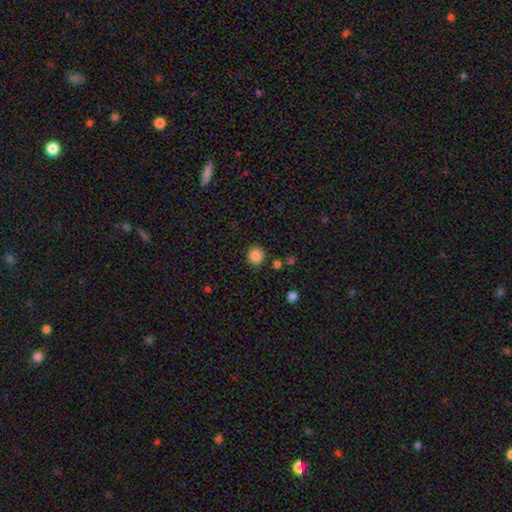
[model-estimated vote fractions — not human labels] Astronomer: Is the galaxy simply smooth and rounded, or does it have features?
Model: smooth — 86%.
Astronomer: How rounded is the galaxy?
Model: round — 88%.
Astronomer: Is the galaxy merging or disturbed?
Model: none — 85%.